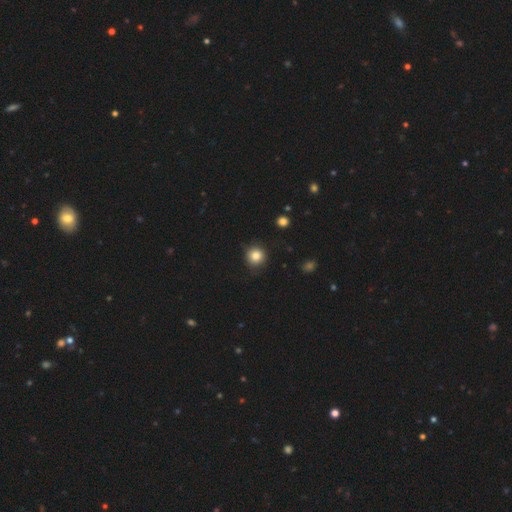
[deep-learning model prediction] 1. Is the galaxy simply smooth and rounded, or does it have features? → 83% smooth, 11% star or artifact, 6% featured or disk.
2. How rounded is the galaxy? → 93% round, 6% in between, 1% cigar-shaped.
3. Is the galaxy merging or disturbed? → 85% none, 11% minor disturbance, 3% major disturbance, 1% merger.